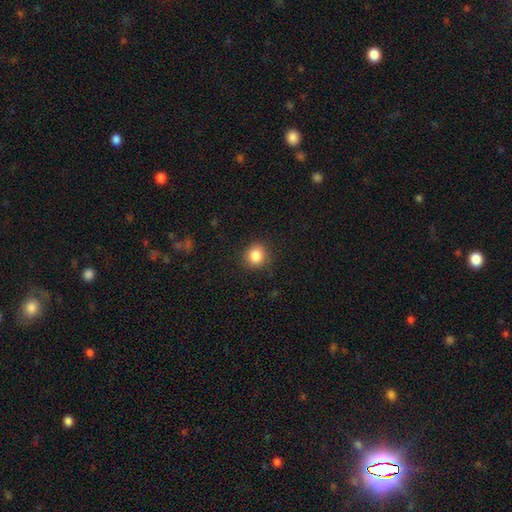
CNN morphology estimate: Smooth or featured? smooth (86%)
How rounded? round (87%)
Merging? none (87%)